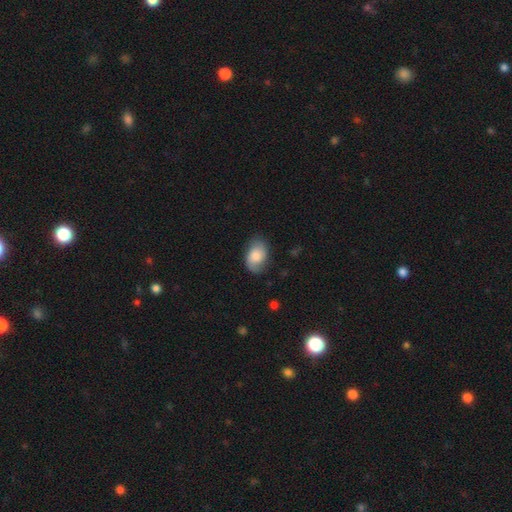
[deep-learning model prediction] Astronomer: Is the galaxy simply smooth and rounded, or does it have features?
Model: smooth — 65%.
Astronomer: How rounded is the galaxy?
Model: in between — 87%.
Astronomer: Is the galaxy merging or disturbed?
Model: none — 70%.